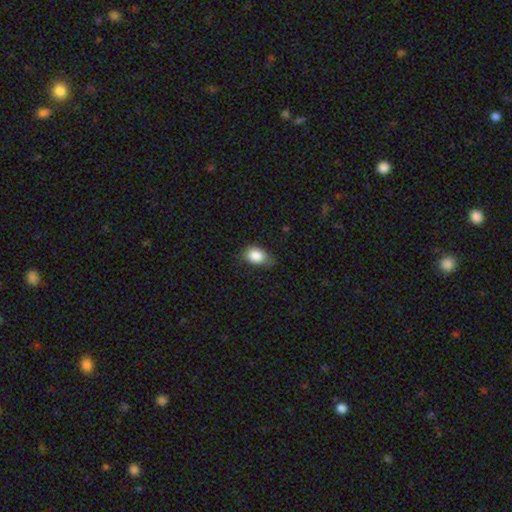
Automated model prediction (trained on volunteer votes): Smooth or featured: smooth — 86% (star or artifact — 8%)
How rounded: in between — 79% (round — 20%)
Merging: none — 58% (minor disturbance — 34%)